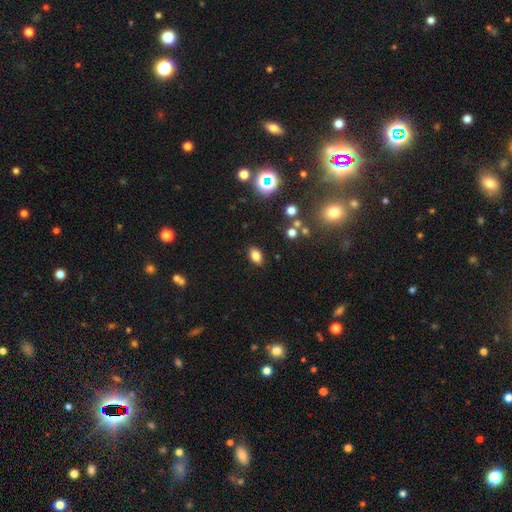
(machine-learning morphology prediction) A smooth galaxy with no disk features (81%) that is in between round and cigar-shaped (88%).

Vote fractions:
- Smooth or featured? smooth: 81% / star or artifact: 13% / featured or disk: 7%
- How rounded? in between: 88% / round: 11% / cigar-shaped: 2%
- Merging? none: 86% / minor disturbance: 9% / major disturbance: 3% / merger: 2%